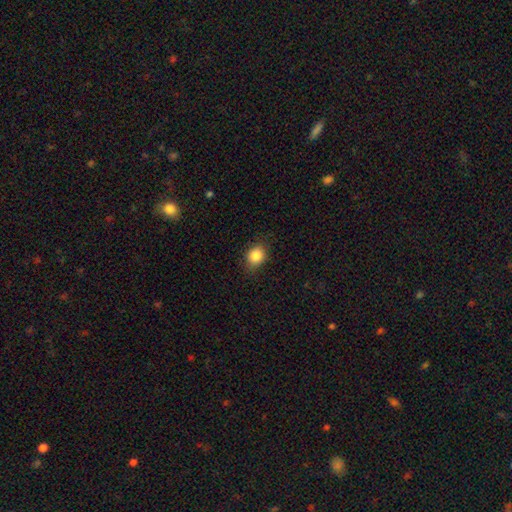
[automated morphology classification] Smooth or featured? Predicted: smooth (p=0.86). How rounded? Predicted: round (p=0.52). Merging? Predicted: none (p=0.82).